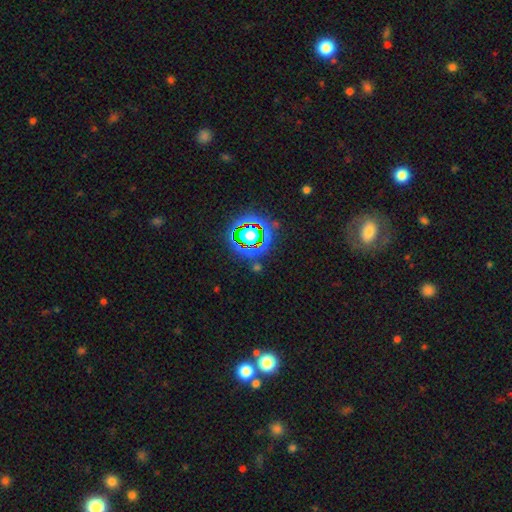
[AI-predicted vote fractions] Morphology: type=star or artifact (76%).